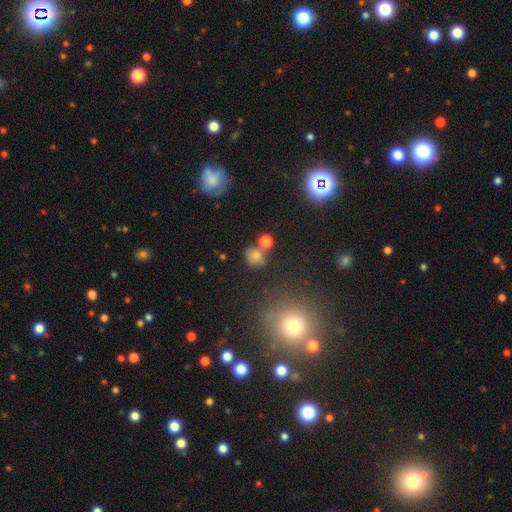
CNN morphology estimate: Overall: smooth (70%). How rounded: round (83%). Merging: none (63%).